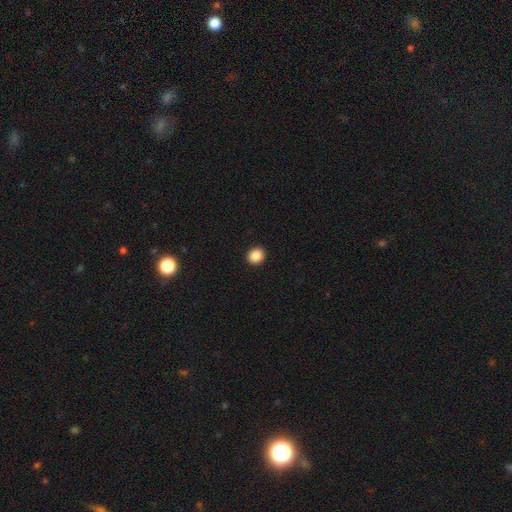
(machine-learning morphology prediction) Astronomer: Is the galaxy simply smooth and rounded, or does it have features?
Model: smooth — 87%.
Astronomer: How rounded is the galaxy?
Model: round — 87%.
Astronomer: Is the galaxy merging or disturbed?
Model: none — 93%.